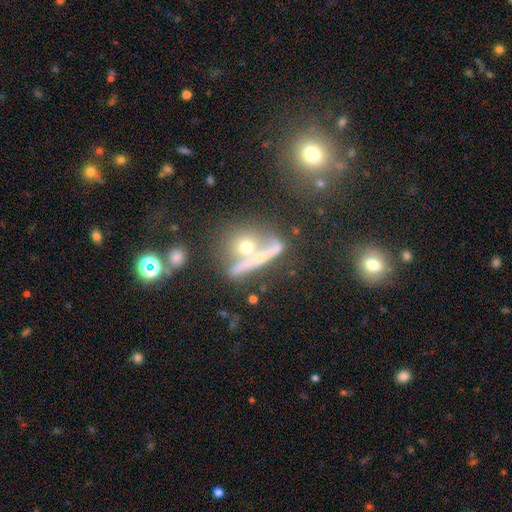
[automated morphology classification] The model was most divided on "smooth or featured": featured or disk: 46%, smooth: 35%, star or artifact: 19%. More confident: merging — none (51%).